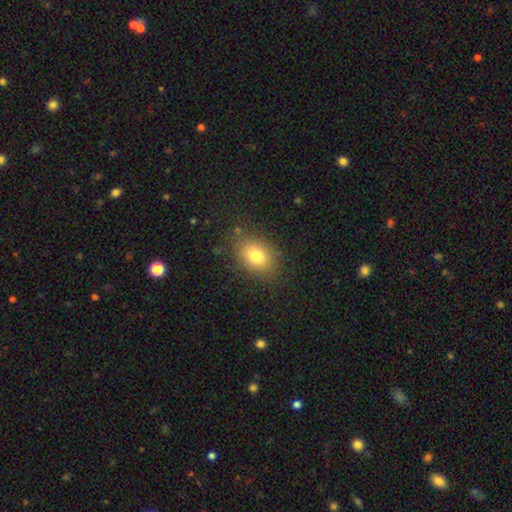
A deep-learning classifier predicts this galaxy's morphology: A smooth galaxy with no disk features (78%) that is in between round and cigar-shaped (71%). Merging: none (78%).